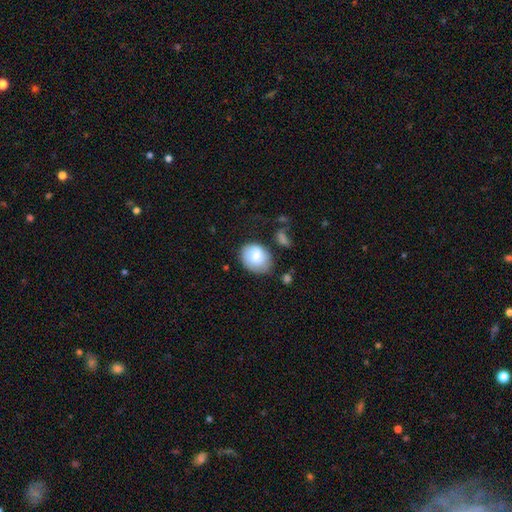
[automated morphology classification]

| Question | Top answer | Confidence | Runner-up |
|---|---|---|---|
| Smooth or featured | smooth | 80% | featured or disk (13%) |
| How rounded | in between | 54% | round (46%) |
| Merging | none | 62% | minor disturbance (26%) |